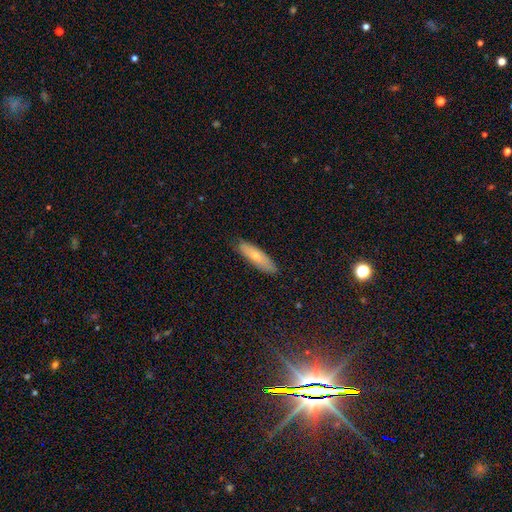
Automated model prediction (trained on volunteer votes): Morphology: type=smooth (68%); roundness=cigar-shaped (64%); merging=none (84%).